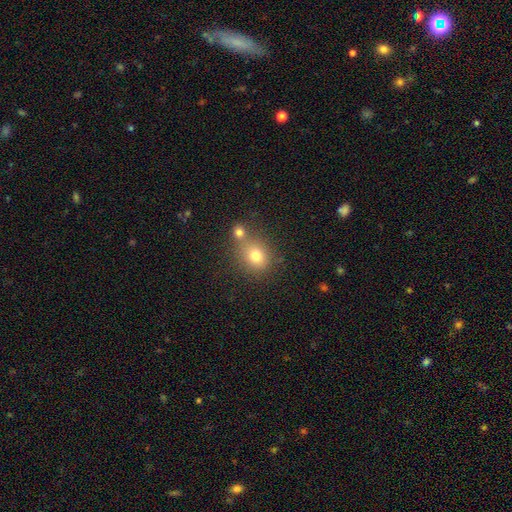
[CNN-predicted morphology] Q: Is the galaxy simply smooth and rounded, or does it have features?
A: smooth — 77%.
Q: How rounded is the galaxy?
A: round — 72%.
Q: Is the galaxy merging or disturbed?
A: none — 58%.